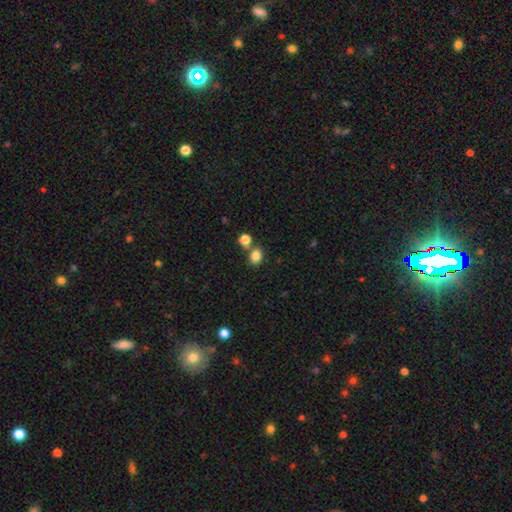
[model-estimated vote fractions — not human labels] A smooth galaxy with no disk features (82%) that is in between round and cigar-shaped (52%).

Vote fractions:
- Smooth or featured? smooth: 82% / star or artifact: 12% / featured or disk: 6%
- How rounded? in between: 52% / round: 47% / cigar-shaped: 1%
- Merging? none: 62% / merger: 25% / minor disturbance: 10% / major disturbance: 3%